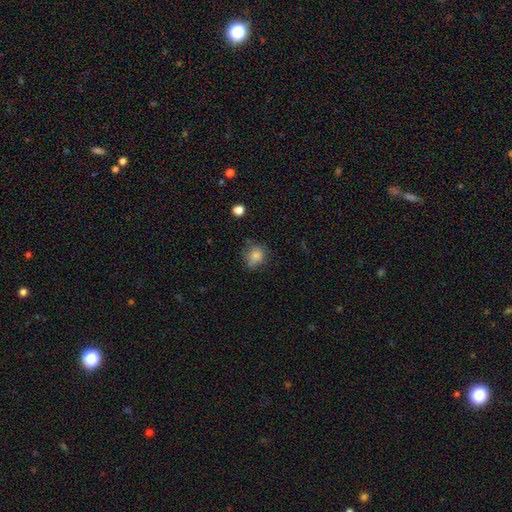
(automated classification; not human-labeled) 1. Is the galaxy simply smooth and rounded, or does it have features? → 81% smooth, 11% star or artifact, 8% featured or disk.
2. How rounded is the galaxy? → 68% round, 30% in between, 1% cigar-shaped.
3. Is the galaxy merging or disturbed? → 60% none, 29% minor disturbance, 8% major disturbance, 3% merger.